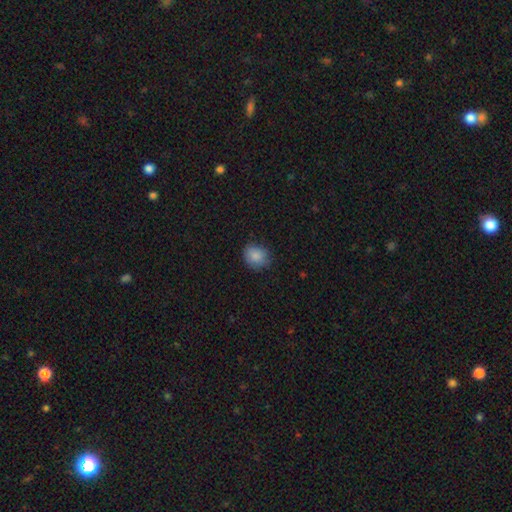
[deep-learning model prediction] smooth 86%, star or artifact 8%, featured or disk 5%. Down the decision tree: how rounded — round (67%); merging — none (77%).